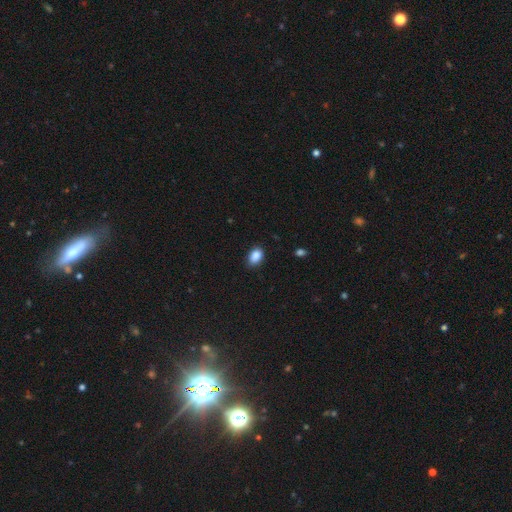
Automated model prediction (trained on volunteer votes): smooth 88%, star or artifact 8%, featured or disk 4%. Down the decision tree: how rounded — in between (83%); merging — none (82%).